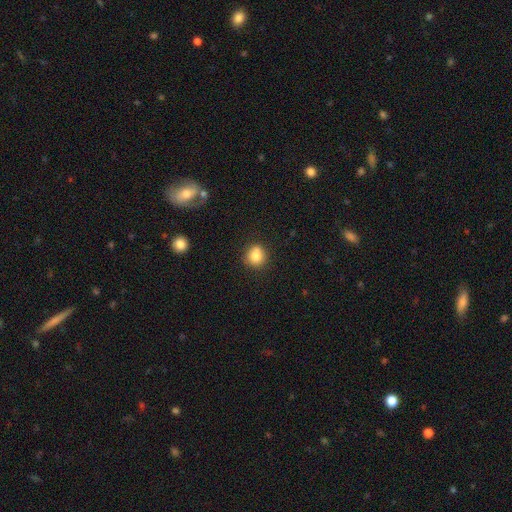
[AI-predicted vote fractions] smooth 81%, star or artifact 10%, featured or disk 9%. Down the decision tree: how rounded — round (86%); merging — none (75%).